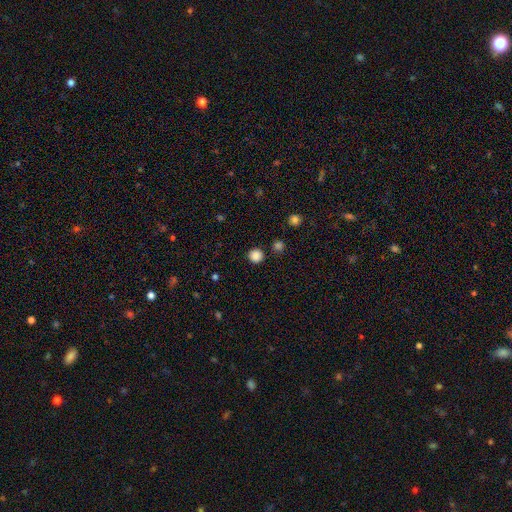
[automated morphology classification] A smooth galaxy with no disk features (85%) that is round (95%). Merging: none (89%).